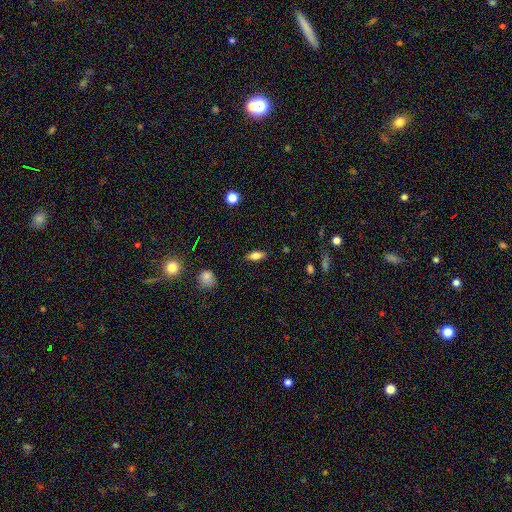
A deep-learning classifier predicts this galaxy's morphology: type=smooth (76%); roundness=in between (75%); merging=none (84%).